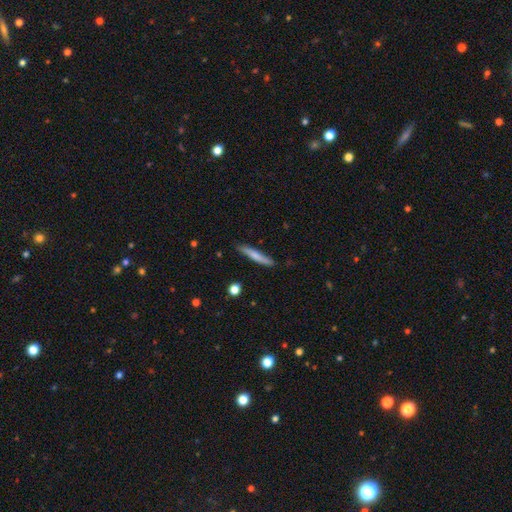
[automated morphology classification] This is likely a smooth galaxy (67%). How rounded: clearly cigar-shaped (93%). Merging: clearly none (83%).